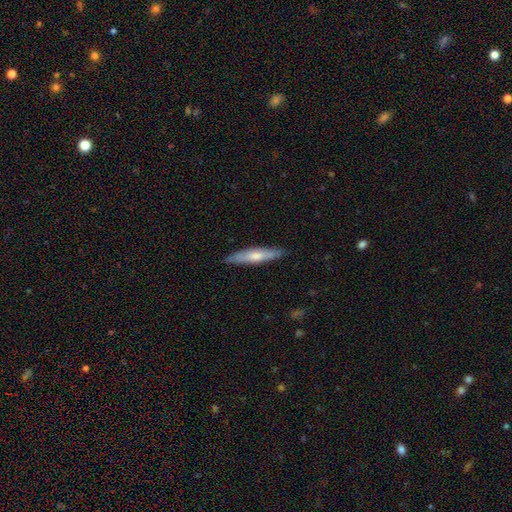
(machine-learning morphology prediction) This appears to be a smooth galaxy with no disk features (56%) that is cigar-shaped (85%). Merging: none (86%).